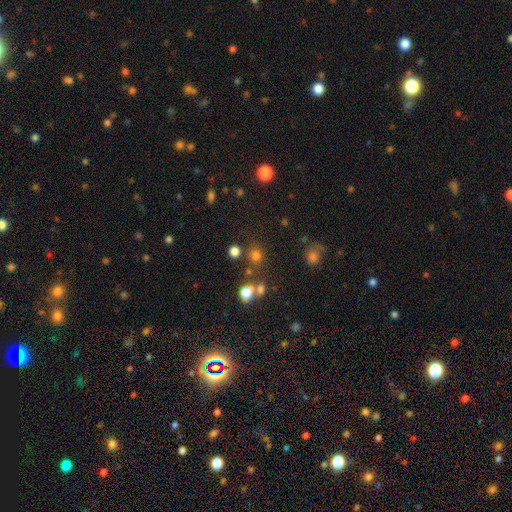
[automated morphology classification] Smooth or featured: smooth — 72% (star or artifact — 20%)
How rounded: round — 83% (in between — 16%)
Merging: none — 70% (merger — 14%)